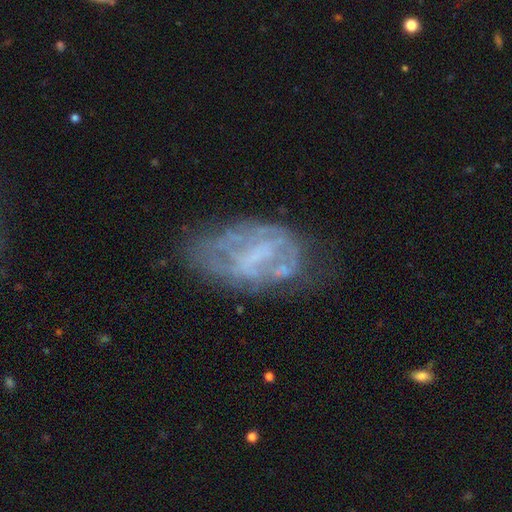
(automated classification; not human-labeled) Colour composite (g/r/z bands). It shows a featured or disk galaxy (67%) with no bar (59%), no spiral arms (67%) and no central bulge (61%). Merging: none (45%).